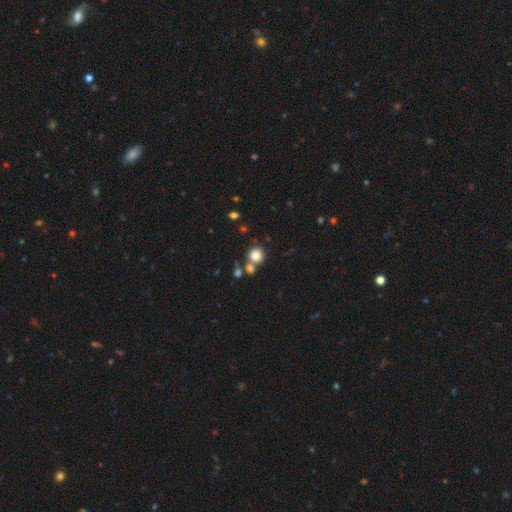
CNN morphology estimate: Smooth or featured?
  - smooth: 81% *
  - star or artifact: 12%
  - featured or disk: 8%
How rounded?
  - round: 88% *
  - in between: 11%
  - cigar-shaped: 1%
Merging?
  - none: 61% *
  - merger: 25%
  - minor disturbance: 10%
  - major disturbance: 4%